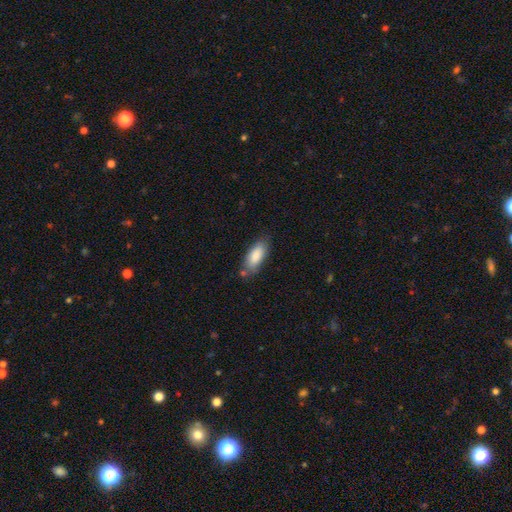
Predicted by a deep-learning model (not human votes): Smooth or featured? Predicted: smooth (p=0.86). How rounded? Predicted: in between (p=0.79). Merging? Predicted: none (p=0.72).